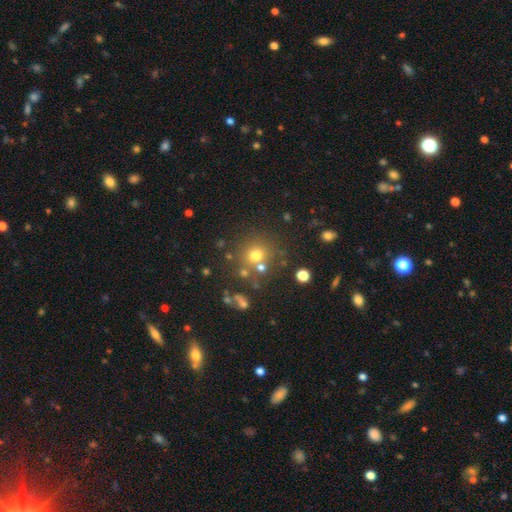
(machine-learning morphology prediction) Overall: smooth (69%). How rounded: round (88%). Merging: none (68%).